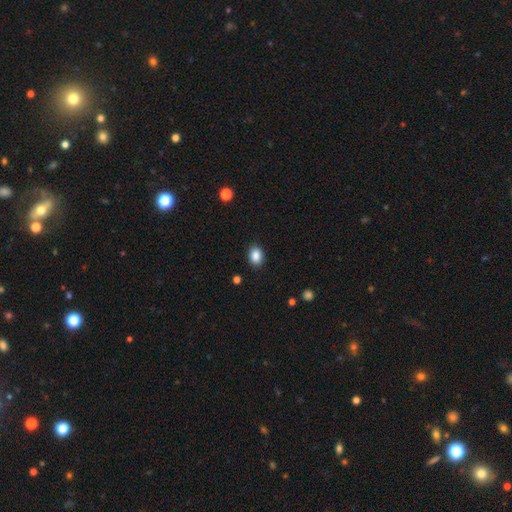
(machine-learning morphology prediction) This is clearly a smooth galaxy (88%). How rounded: likely in between (66%). Merging: clearly none (88%).